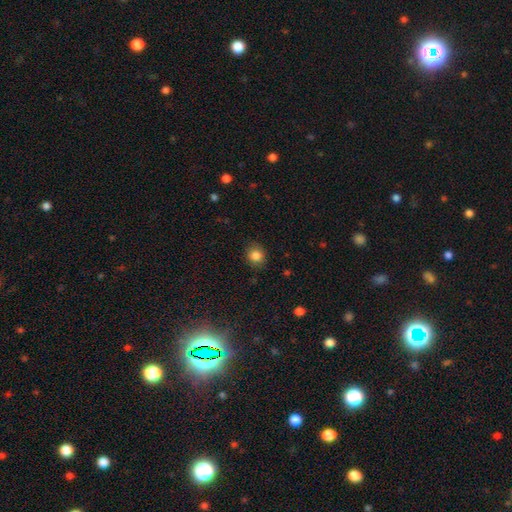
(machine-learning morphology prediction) Smooth or featured?
  - smooth: 84% *
  - star or artifact: 11%
  - featured or disk: 5%
How rounded?
  - round: 79% *
  - in between: 20%
  - cigar-shaped: 1%
Merging?
  - none: 86% *
  - minor disturbance: 10%
  - major disturbance: 3%
  - merger: 1%